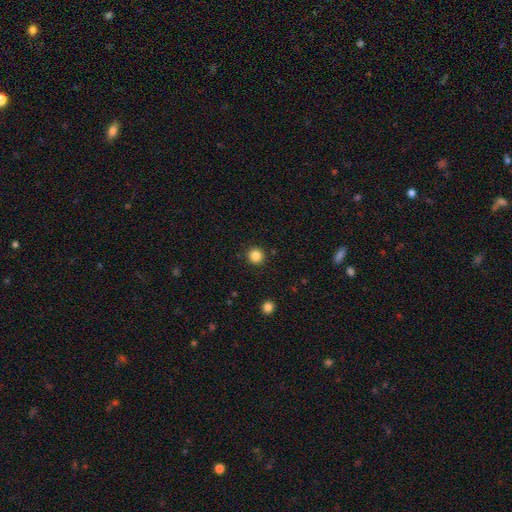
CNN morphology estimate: smooth_or_featured: smooth (p=0.84) [alt: star or artifact p=0.12]
how_rounded: round (p=0.95) [alt: in between p=0.04]
merging: none (p=0.92) [alt: minor disturbance p=0.05]